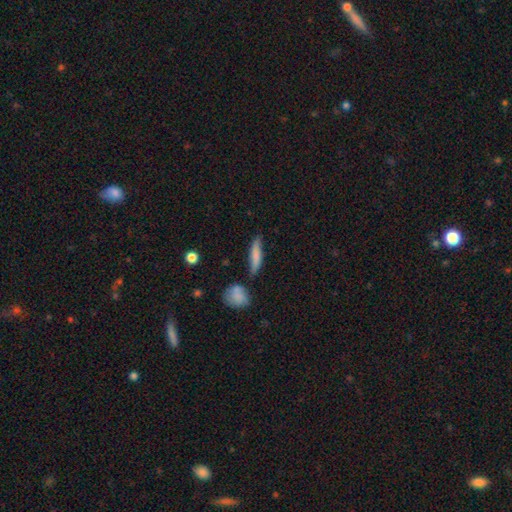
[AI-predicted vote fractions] Smooth or featured?
  - smooth: 69% *
  - featured or disk: 24%
  - star or artifact: 7%
How rounded?
  - cigar-shaped: 79% *
  - in between: 18%
  - round: 3%
Merging?
  - none: 64% *
  - minor disturbance: 23%
  - merger: 7%
  - major disturbance: 6%